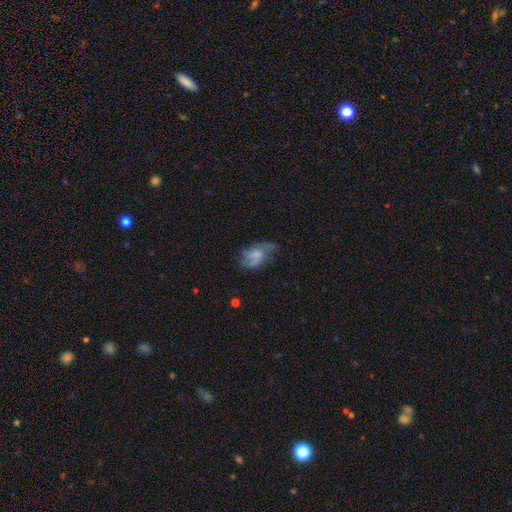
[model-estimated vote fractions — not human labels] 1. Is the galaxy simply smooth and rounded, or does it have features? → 52% featured or disk, 38% smooth, 10% star or artifact.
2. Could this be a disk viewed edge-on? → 96% no, 4% yes.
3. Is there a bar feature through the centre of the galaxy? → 67% no, 28% weak, 5% strong.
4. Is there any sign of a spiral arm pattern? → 71% yes, 29% no.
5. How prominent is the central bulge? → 47% none, 23% small, 20% moderate, 8% large, 2% dominant.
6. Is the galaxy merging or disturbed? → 39% none, 30% major disturbance, 28% minor disturbance, 3% merger.